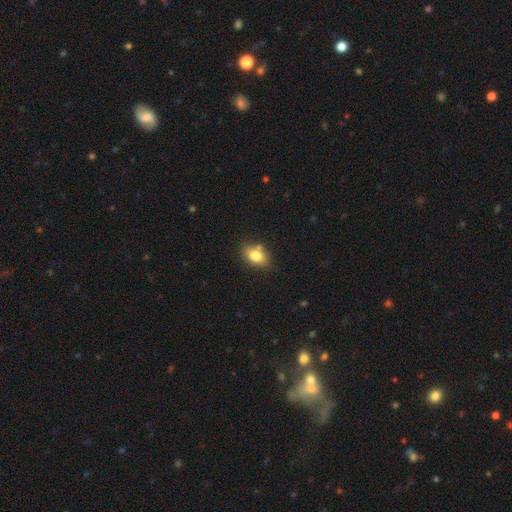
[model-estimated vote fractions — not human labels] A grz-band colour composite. It shows a smooth galaxy with no disk features (80%) that is in between round and cigar-shaped (82%). Merging: none (74%).